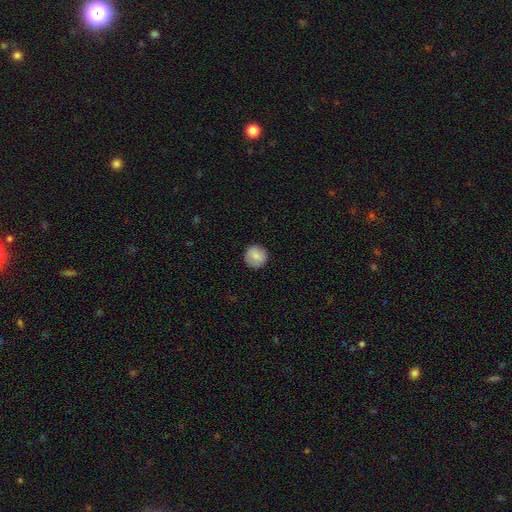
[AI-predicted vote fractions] Smooth or featured? smooth (81%)
How rounded? round (93%)
Merging? none (88%)